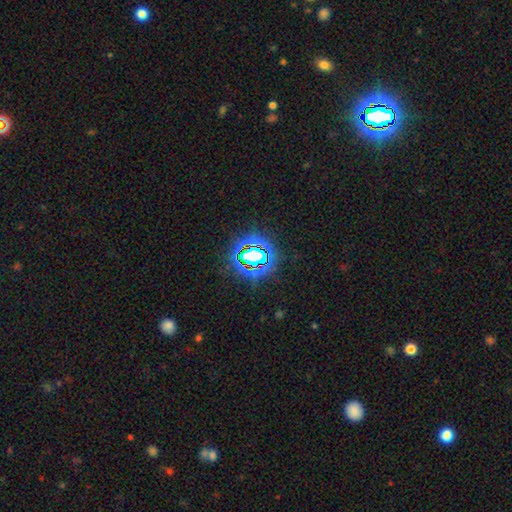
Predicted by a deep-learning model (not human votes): A star or artifact, not a galaxy (73%).

Vote fractions:
- Smooth or featured? star or artifact: 73% / smooth: 17% / featured or disk: 10%